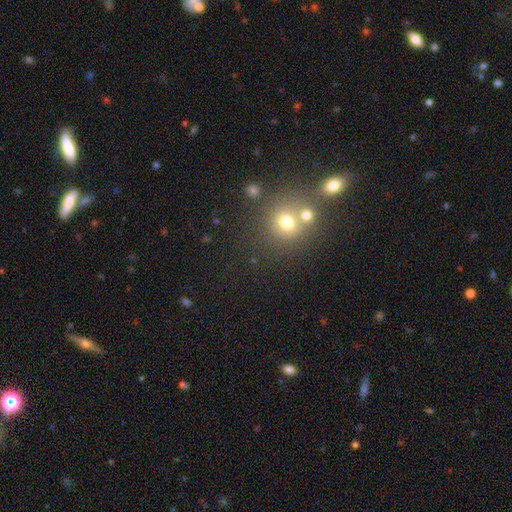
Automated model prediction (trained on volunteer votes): Smooth or featured: smooth — 56% (star or artifact — 32%)
How rounded: round — 86% (in between — 13%)
Merging: none — 61% (merger — 26%)